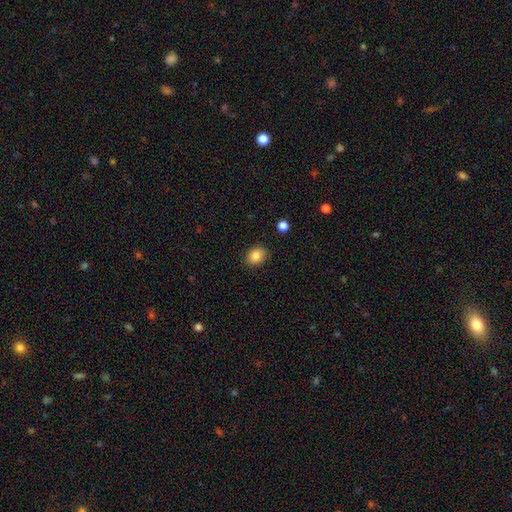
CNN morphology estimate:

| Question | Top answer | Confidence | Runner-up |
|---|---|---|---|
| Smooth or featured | smooth | 85% | star or artifact (9%) |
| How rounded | in between | 56% | round (43%) |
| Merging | none | 87% | minor disturbance (9%) |